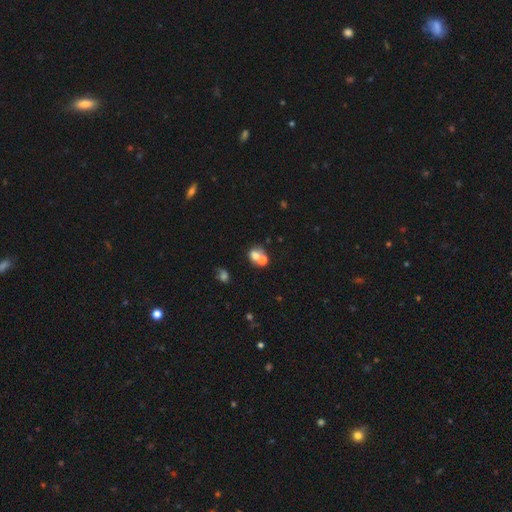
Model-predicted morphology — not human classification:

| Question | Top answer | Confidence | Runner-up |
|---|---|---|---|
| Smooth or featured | smooth | 63% | featured or disk (23%) |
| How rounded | round | 64% | in between (35%) |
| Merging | merger | 55% | none (32%) |